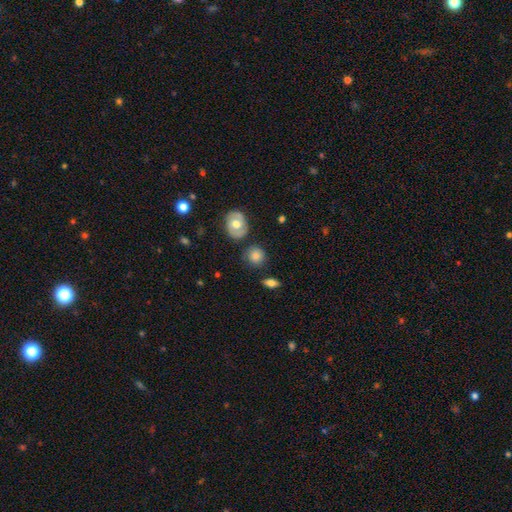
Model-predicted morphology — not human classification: Smooth or featured? Predicted: smooth (p=0.81). How rounded? Predicted: round (p=0.84). Merging? Predicted: none (p=0.77).